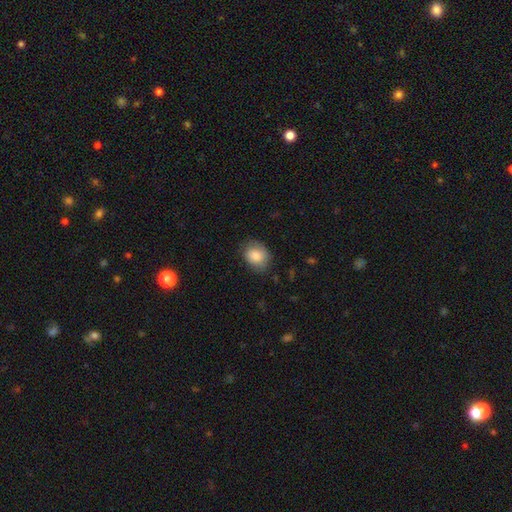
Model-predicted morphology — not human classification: A smooth galaxy with no disk features (85%) that is in between round and cigar-shaped (51%).

Vote fractions:
- Smooth or featured? smooth: 85% / featured or disk: 8% / star or artifact: 7%
- How rounded? in between: 51% / round: 48% / cigar-shaped: 1%
- Merging? none: 76% / minor disturbance: 19% / major disturbance: 4% / merger: 1%